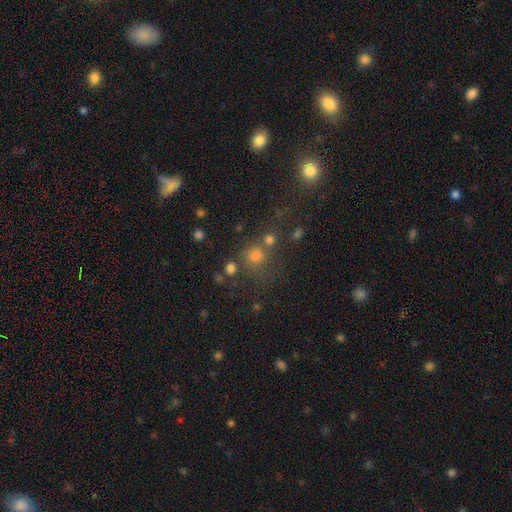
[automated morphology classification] A smooth galaxy with no disk features (66%) that is round (90%). Merging: none (65%).